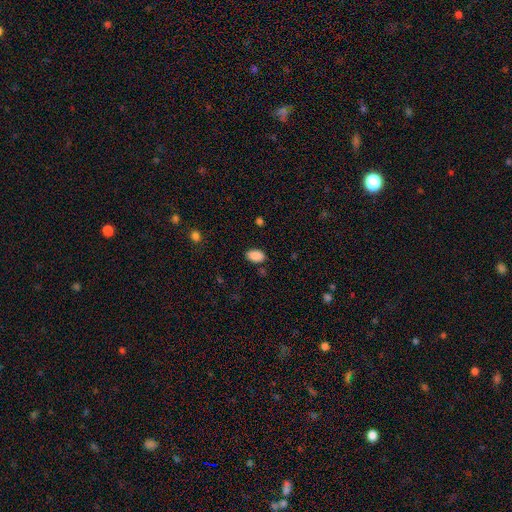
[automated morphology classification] A smooth galaxy with no disk features (89%) that is in between round and cigar-shaped (91%).

Vote fractions:
- Smooth or featured? smooth: 89% / star or artifact: 8% / featured or disk: 3%
- How rounded? in between: 91% / round: 7% / cigar-shaped: 1%
- Merging? none: 83% / minor disturbance: 12% / major disturbance: 3% / merger: 2%